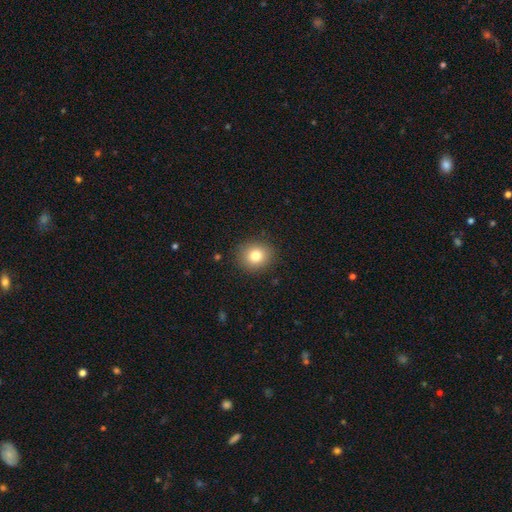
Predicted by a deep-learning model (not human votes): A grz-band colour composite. It shows a smooth galaxy with no disk features (80%) that is round (81%). Merging: none (89%).